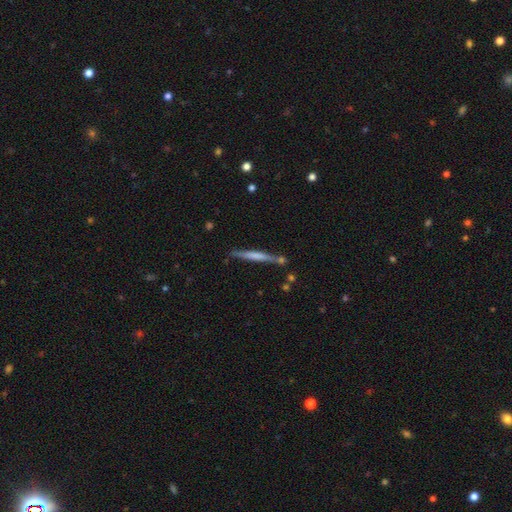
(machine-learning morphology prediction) Overall: smooth (49%; featured or disk 45%). Merging: none (74%).